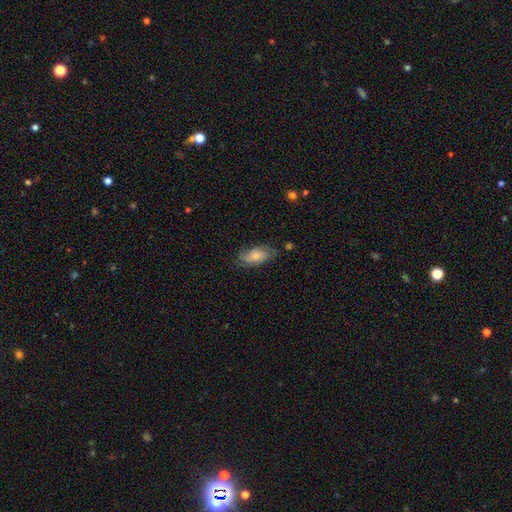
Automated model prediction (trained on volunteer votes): Smooth or featured? Predicted: smooth (p=0.61). How rounded? Predicted: in between (p=0.88). Merging? Predicted: none (p=0.66).